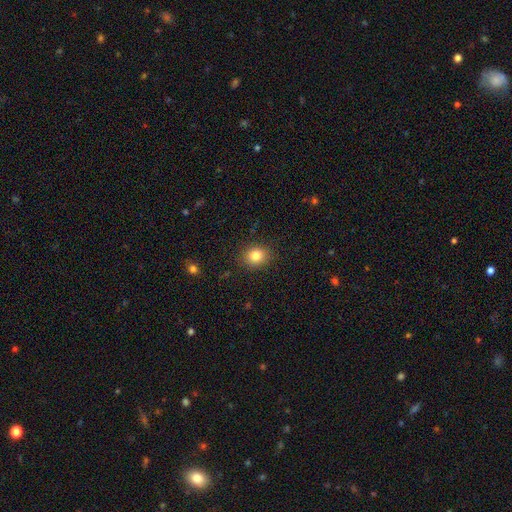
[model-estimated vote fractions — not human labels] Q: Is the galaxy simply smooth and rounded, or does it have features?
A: smooth — 82%.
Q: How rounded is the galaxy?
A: round — 70%.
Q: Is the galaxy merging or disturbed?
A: none — 89%.